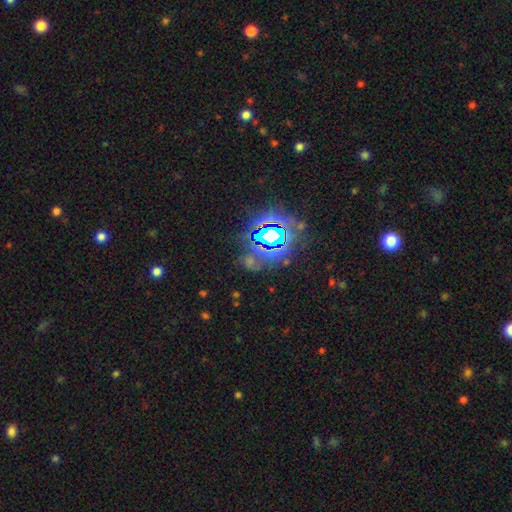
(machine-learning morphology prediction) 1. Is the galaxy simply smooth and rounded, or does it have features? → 81% star or artifact, 12% smooth, 8% featured or disk.